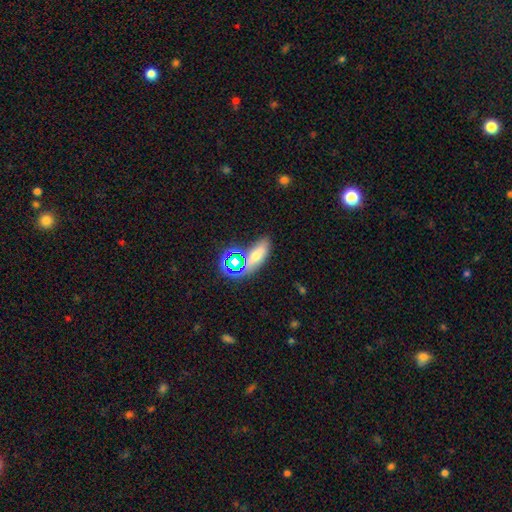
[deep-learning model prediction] This is possibly a smooth galaxy (58%). How rounded: likely in between (72%). Merging: likely none (67%).